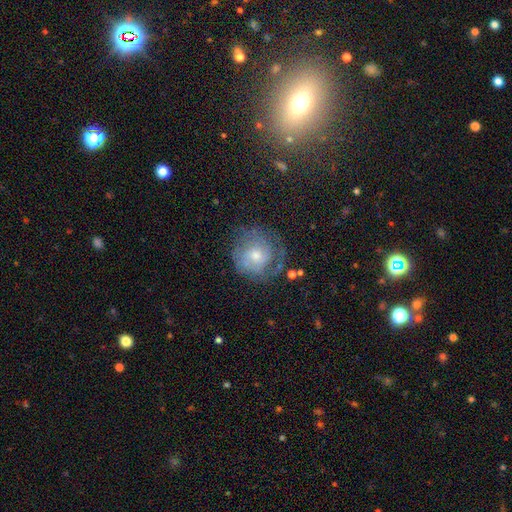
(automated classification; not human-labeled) smooth_or_featured: featured or disk (p=0.60) [alt: smooth p=0.31]
disk_edge_on: no (p=0.97) [alt: yes p=0.03]
bar: no (p=0.75) [alt: weak p=0.22]
has_spiral_arms: yes (p=0.78) [alt: no p=0.22]
bulge_size: moderate (p=0.54) [alt: small p=0.38]
merging: none (p=0.63) [alt: minor disturbance p=0.20]